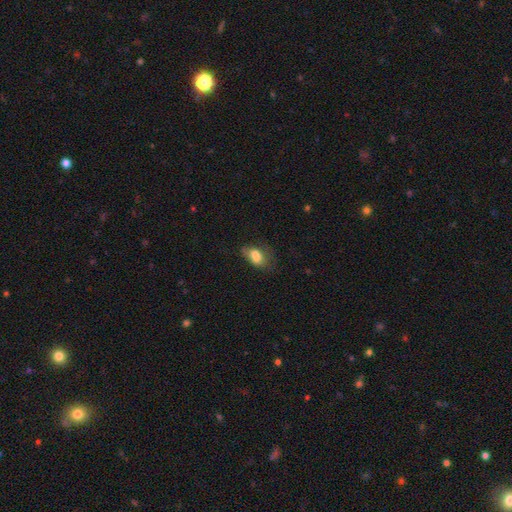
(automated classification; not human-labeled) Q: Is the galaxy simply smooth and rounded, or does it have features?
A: smooth — 76%.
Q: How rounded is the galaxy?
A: in between — 86%.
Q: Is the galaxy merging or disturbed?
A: none — 43%.